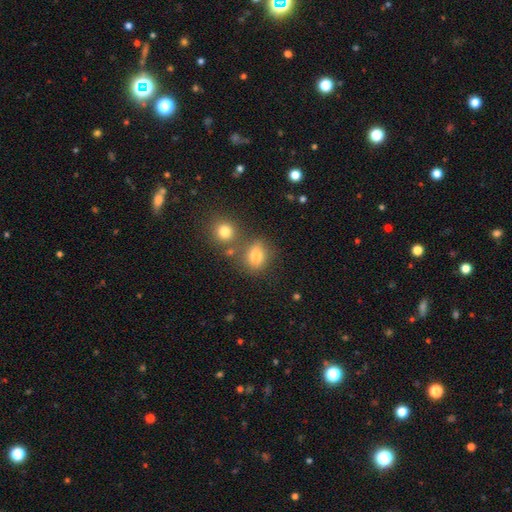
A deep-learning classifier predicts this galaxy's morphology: Q: Smooth or featured?
A: smooth (79%); runner-up: star or artifact (13%)
Q: How rounded?
A: round (53%); runner-up: in between (45%)
Q: Merging?
A: none (59%); runner-up: merger (18%)